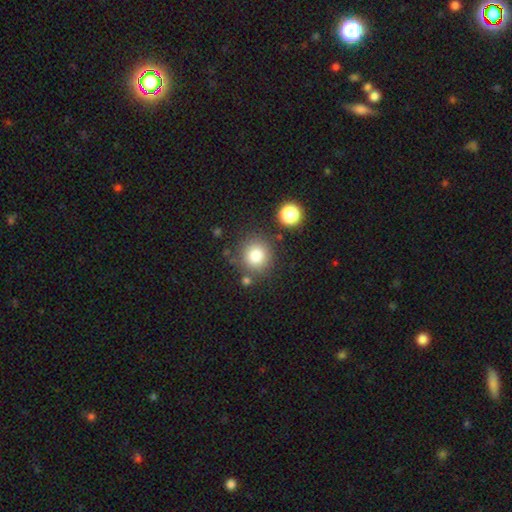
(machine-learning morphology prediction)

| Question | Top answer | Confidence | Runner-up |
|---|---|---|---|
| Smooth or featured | smooth | 81% | star or artifact (11%) |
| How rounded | round | 92% | in between (7%) |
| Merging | none | 79% | minor disturbance (10%) |